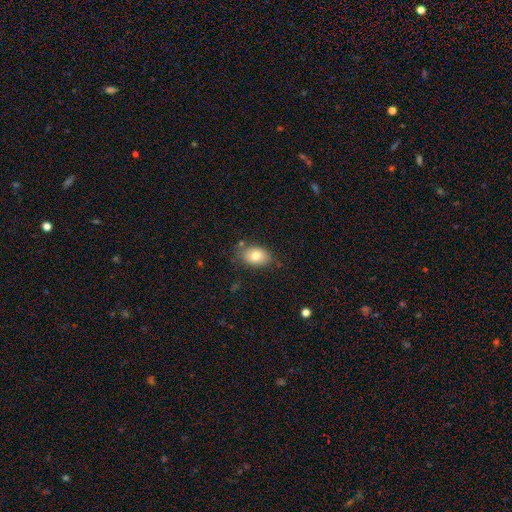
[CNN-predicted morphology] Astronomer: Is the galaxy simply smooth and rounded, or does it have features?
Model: smooth — 78%.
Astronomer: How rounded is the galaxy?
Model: in between — 82%.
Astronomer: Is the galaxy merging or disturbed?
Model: none — 74%.